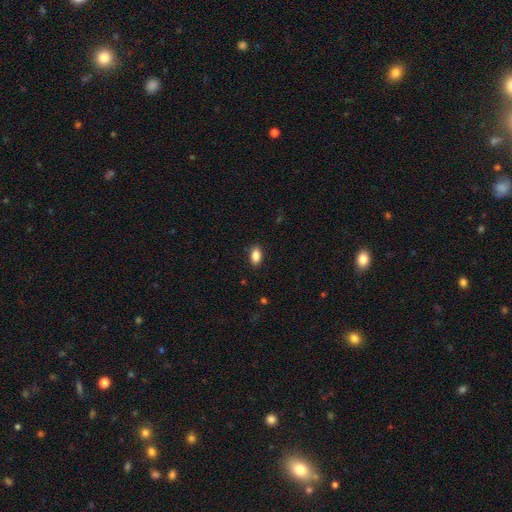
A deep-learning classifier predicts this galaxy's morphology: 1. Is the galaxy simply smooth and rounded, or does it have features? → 87% smooth, 8% star or artifact, 5% featured or disk.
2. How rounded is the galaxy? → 90% in between, 6% round, 3% cigar-shaped.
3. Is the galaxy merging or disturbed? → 88% none, 9% minor disturbance, 2% major disturbance, 1% merger.